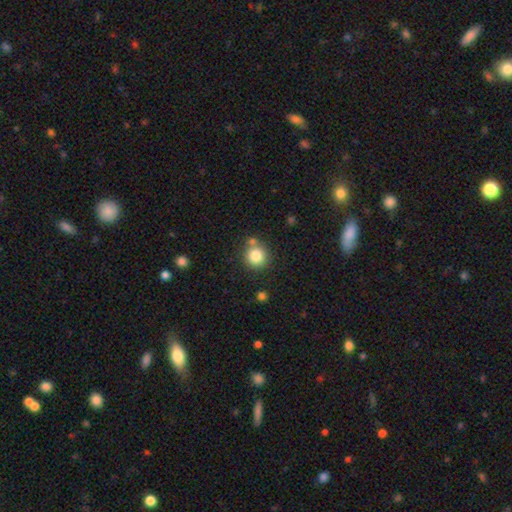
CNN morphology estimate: A smooth galaxy with no disk features (82%) that is round (91%).

Vote fractions:
- Smooth or featured? smooth: 82% / star or artifact: 11% / featured or disk: 7%
- How rounded? round: 91% / in between: 8% / cigar-shaped: 1%
- Merging? none: 72% / merger: 14% / minor disturbance: 11% / major disturbance: 3%